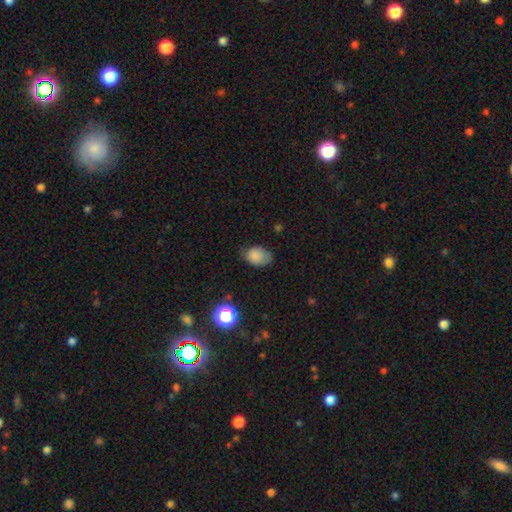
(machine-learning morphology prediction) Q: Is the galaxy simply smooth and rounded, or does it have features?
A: smooth — 81%.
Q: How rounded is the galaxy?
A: in between — 73%.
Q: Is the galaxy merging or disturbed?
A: none — 55%.